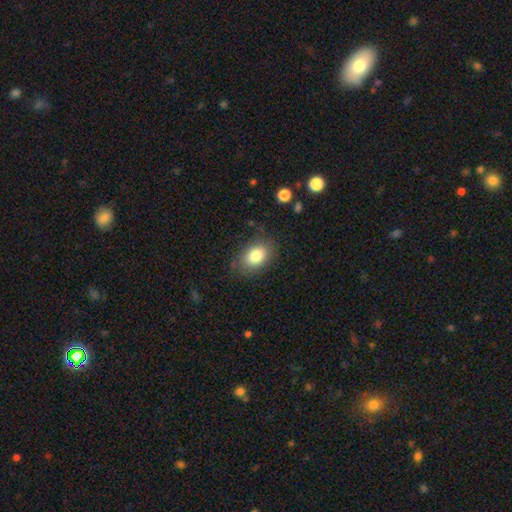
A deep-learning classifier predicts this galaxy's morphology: Q: Smooth or featured?
A: smooth (82%); runner-up: featured or disk (9%)
Q: How rounded?
A: in between (81%); runner-up: round (18%)
Q: Merging?
A: none (80%); runner-up: minor disturbance (14%)